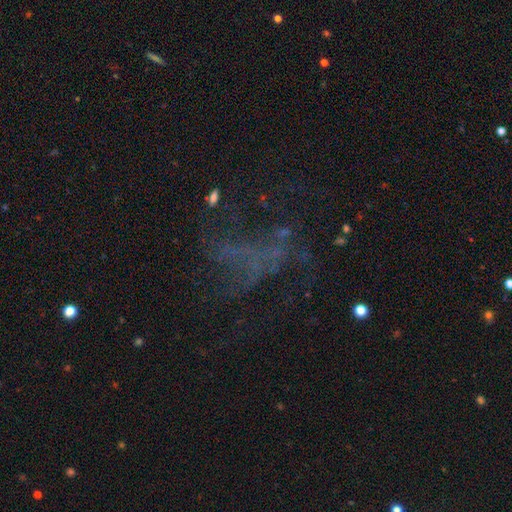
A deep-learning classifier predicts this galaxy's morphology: Q: Smooth or featured?
A: star or artifact (45%); runner-up: featured or disk (36%)